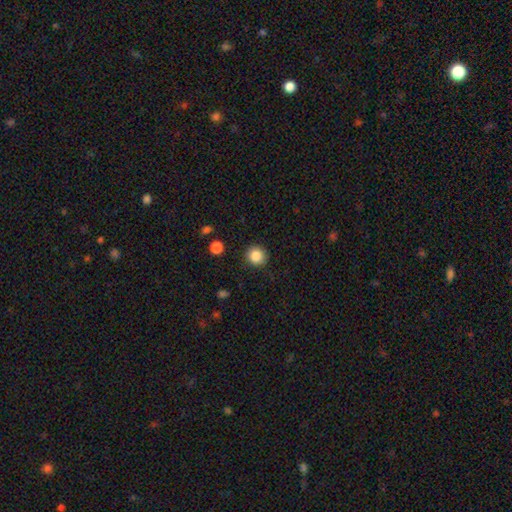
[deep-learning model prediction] Smooth or featured? Predicted: smooth (p=0.86). How rounded? Predicted: round (p=0.92). Merging? Predicted: none (p=0.89).